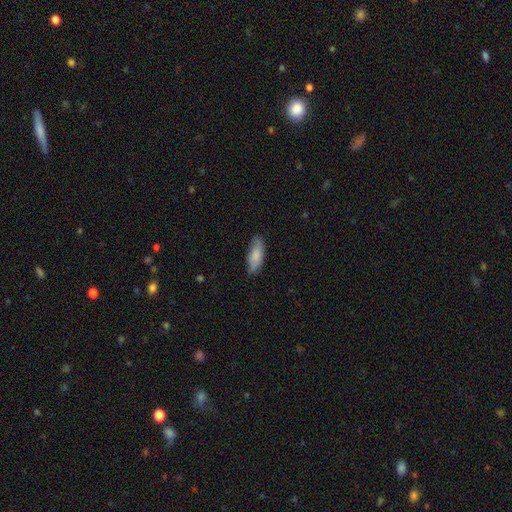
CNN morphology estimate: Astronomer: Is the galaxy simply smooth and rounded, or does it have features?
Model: smooth — 84%.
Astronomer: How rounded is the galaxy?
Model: in between — 71%.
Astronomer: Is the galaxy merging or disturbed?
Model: none — 79%.